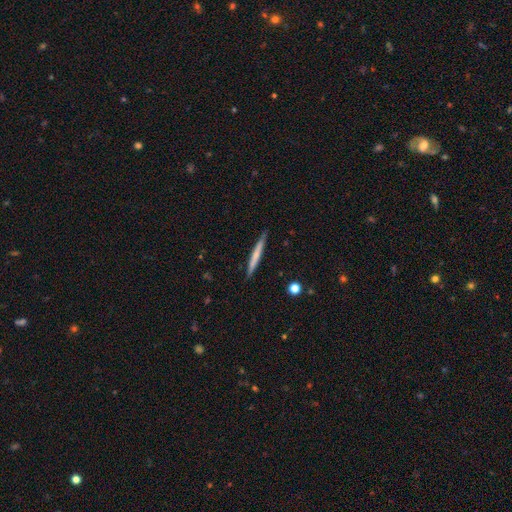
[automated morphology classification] Smooth or featured? smooth (55%)
How rounded? cigar-shaped (96%)
Merging? none (89%)